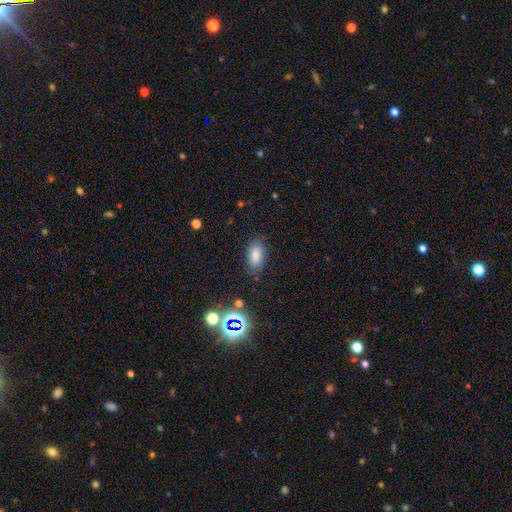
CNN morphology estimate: smooth_or_featured: smooth (p=0.77) [alt: star or artifact p=0.13]
how_rounded: in between (p=0.90) [alt: round p=0.06]
merging: none (p=0.82) [alt: minor disturbance p=0.13]